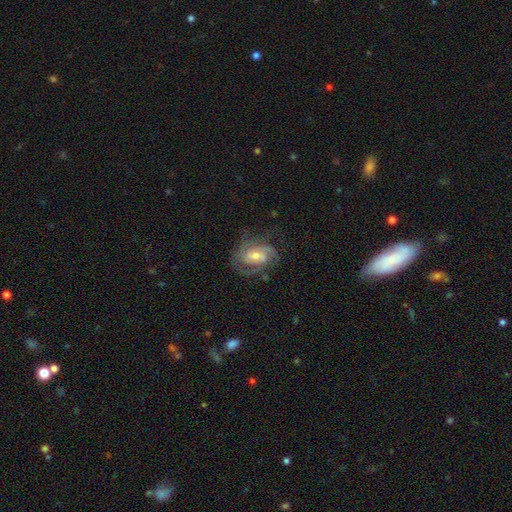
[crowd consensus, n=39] Smooth or featured: featured or disk — 97% (smooth — 3%)
Edge-on disk: no — 100%
Bar: no — 68% (weak — 24%)
Spiral arms: yes — 100%
Spiral winding: tight — 58% (medium — 39%)
Spiral arm count: 3 — 50% (2 — 34%)
Bulge size: moderate — 55% (small — 42%)
Merging: none — 69% (minor disturbance — 21%)